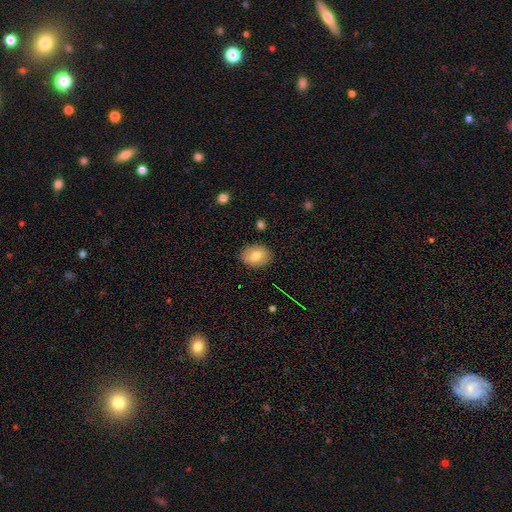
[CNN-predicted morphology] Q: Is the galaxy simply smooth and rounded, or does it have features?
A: smooth — 76%.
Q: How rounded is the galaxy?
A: in between — 67%.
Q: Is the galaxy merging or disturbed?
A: none — 87%.